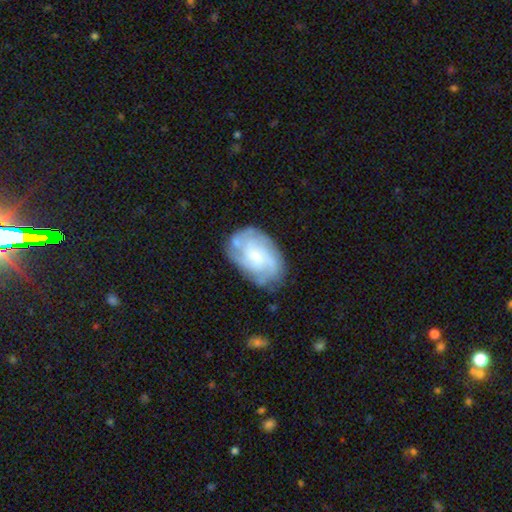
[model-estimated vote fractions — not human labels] Morphology: type=featured or disk (72%); edge-on=no (97%); bar=no (71%); spiral arms=yes (91%); winding=tight (53%); arm count=can't tell (33%); bulge=small (53%); merging=none (69%).